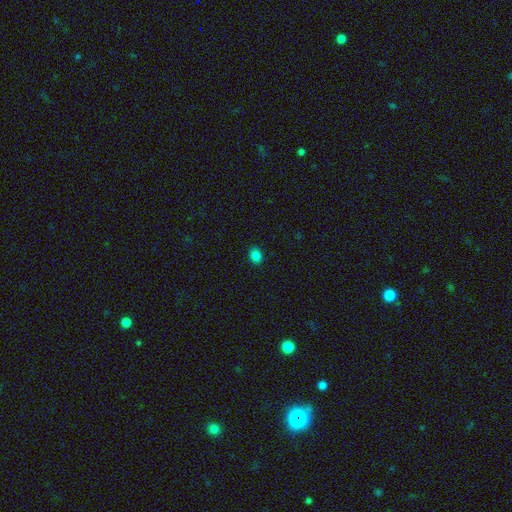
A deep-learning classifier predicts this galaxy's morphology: A smooth galaxy with no disk features (83%) that is round (50%).

Vote fractions:
- Smooth or featured? smooth: 83% / star or artifact: 13% / featured or disk: 4%
- How rounded? round: 50% / in between: 49% / cigar-shaped: 1%
- Merging? none: 90% / minor disturbance: 7% / major disturbance: 2% / merger: 1%